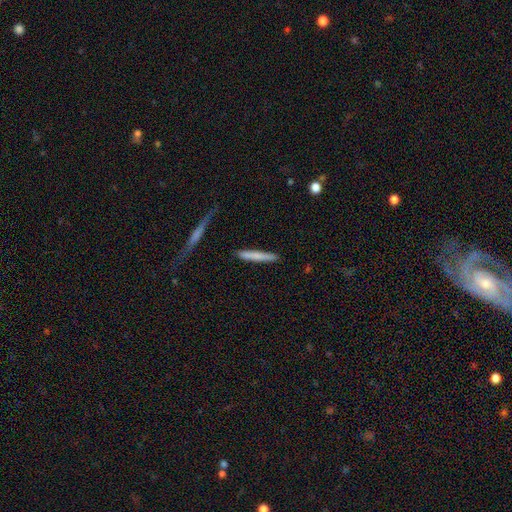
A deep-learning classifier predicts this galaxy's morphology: This is likely a smooth galaxy (71%). How rounded: clearly cigar-shaped (95%). Merging: clearly none (86%).